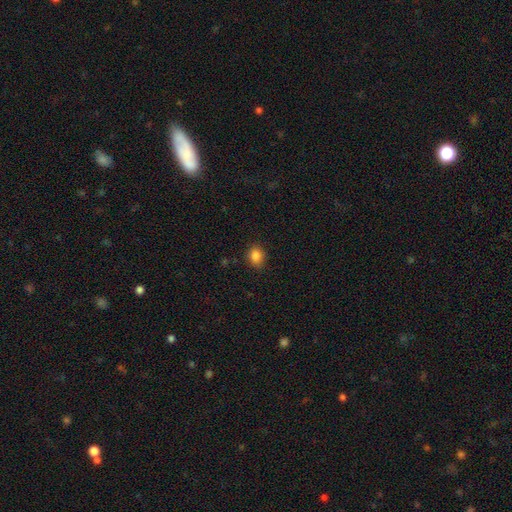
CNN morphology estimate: A smooth galaxy with no disk features (85%) that is round (54%). Merging: none (86%).